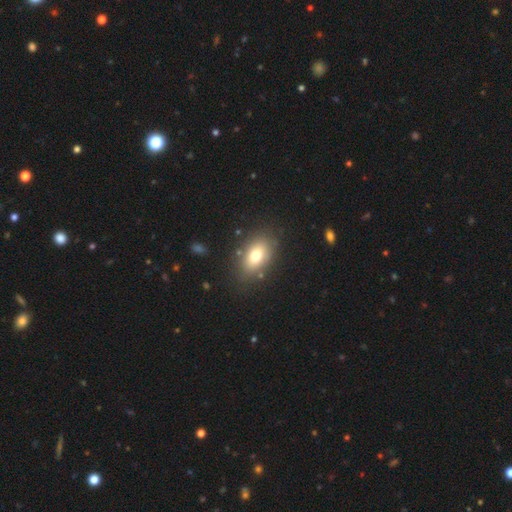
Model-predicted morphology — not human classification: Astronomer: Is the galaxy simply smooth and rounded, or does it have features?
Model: smooth — 75%.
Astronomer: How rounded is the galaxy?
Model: in between — 85%.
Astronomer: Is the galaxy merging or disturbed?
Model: none — 81%.